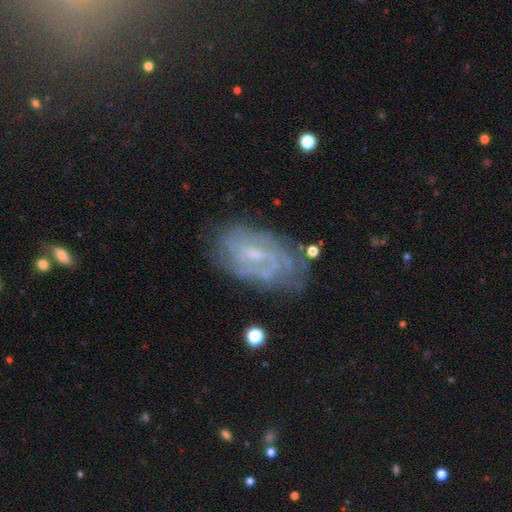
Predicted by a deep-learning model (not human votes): featured or disk 75%, smooth 17%, star or artifact 9%. Down the decision tree: edge-on disk — no (95%); bar — weak (54%); spiral arms — yes (83%); spiral arm count — can't tell (50%); spiral winding — tight (58%); bulge size — small (59%); merging — none (65%).